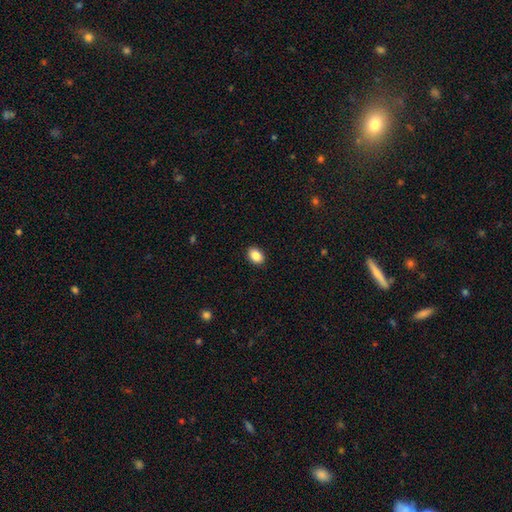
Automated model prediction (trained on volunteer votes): Smooth or featured? Predicted: smooth (p=0.88). How rounded? Predicted: in between (p=0.73). Merging? Predicted: none (p=0.90).